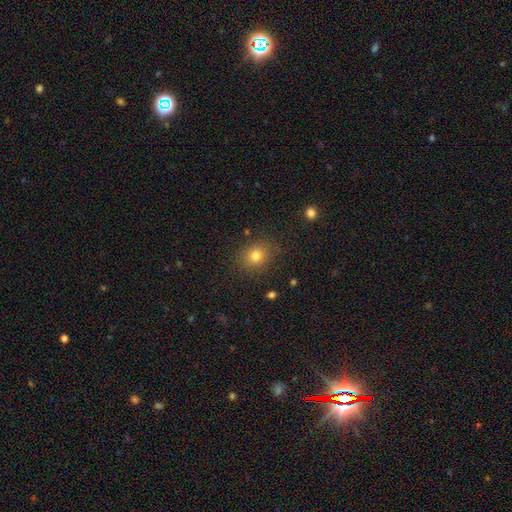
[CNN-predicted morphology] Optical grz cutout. It shows a smooth galaxy with no disk features (79%) that is round (63%). Merging: none (85%).